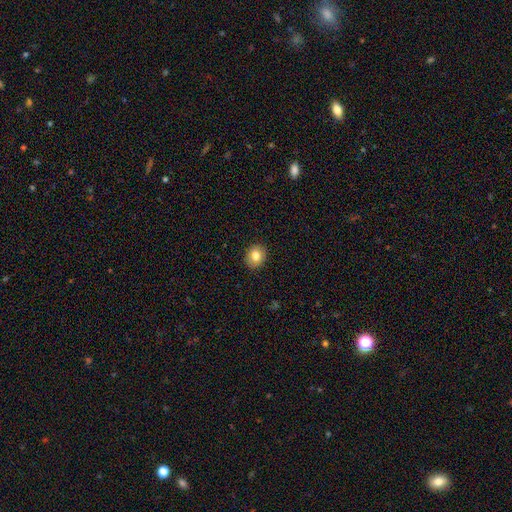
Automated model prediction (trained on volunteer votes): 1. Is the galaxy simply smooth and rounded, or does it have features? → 81% smooth, 10% featured or disk, 9% star or artifact.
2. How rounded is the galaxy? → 68% round, 31% in between, 1% cigar-shaped.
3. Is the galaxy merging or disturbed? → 91% none, 7% minor disturbance, 2% major disturbance, 1% merger.